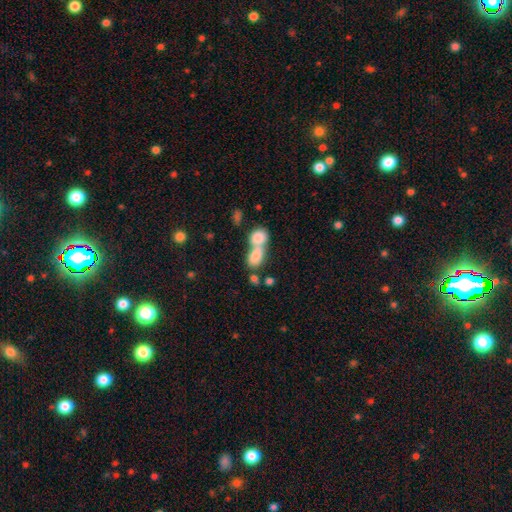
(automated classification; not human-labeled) A smooth galaxy with no disk features (79%) that is in between round and cigar-shaped (74%). Merging: merger (74%).